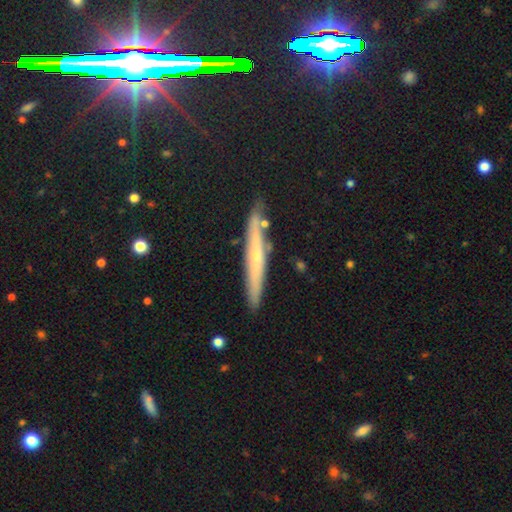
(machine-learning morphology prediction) Smooth or featured? Predicted: featured or disk (p=0.53). Edge-on disk? Predicted: yes (p=0.91). Merging? Predicted: none (p=0.85).